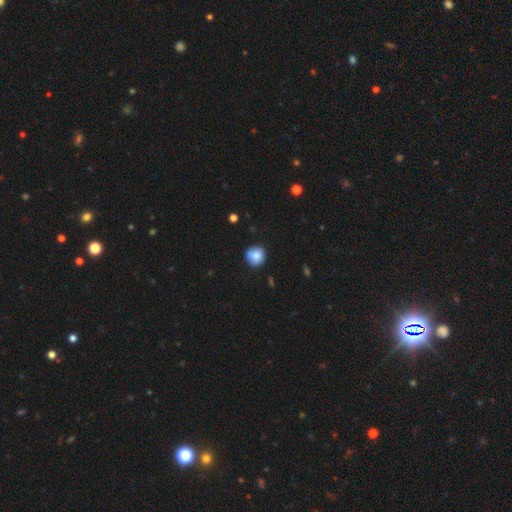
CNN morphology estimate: smooth_or_featured: smooth (p=0.84) [alt: star or artifact p=0.08]
how_rounded: round (p=0.91) [alt: in between p=0.08]
merging: none (p=0.80) [alt: minor disturbance p=0.15]